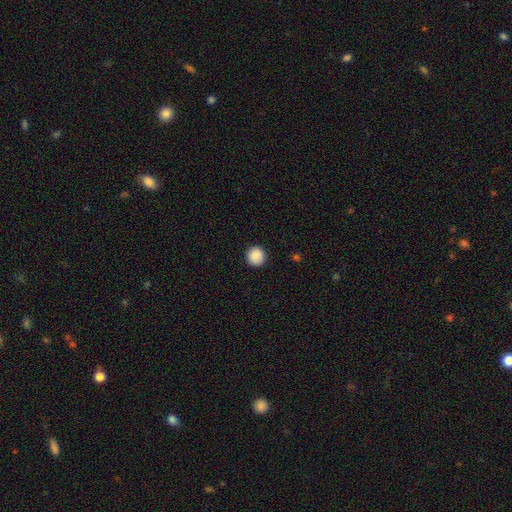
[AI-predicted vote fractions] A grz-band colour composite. It shows a smooth galaxy with no disk features (89%) that is round (95%). Merging: none (92%).